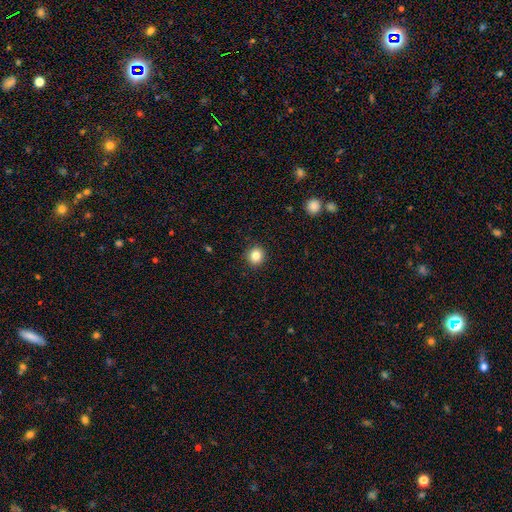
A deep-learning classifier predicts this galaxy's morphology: The model was most divided on "smooth or featured": smooth: 83%, star or artifact: 11%, featured or disk: 6%. More confident: merging — none (92%); how rounded — round (89%).